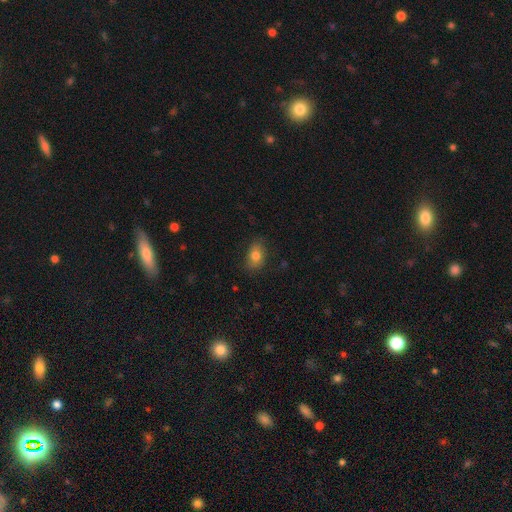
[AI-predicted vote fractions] Q: Smooth or featured?
A: smooth (79%); runner-up: featured or disk (12%)
Q: How rounded?
A: in between (79%); runner-up: round (19%)
Q: Merging?
A: none (80%); runner-up: minor disturbance (15%)